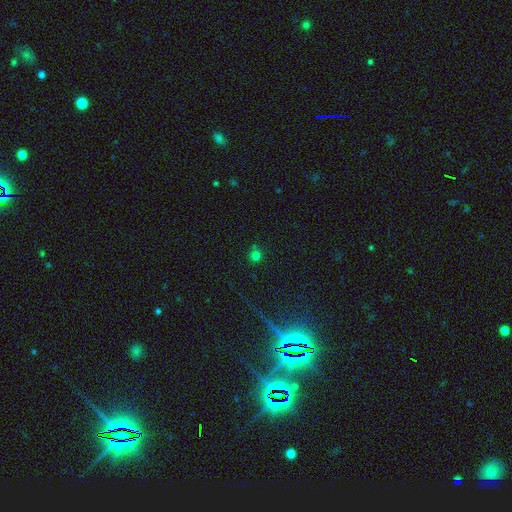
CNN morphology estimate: Smooth or featured: smooth — 66% (star or artifact — 27%)
How rounded: round — 92% (in between — 7%)
Merging: none — 81% (minor disturbance — 8%)